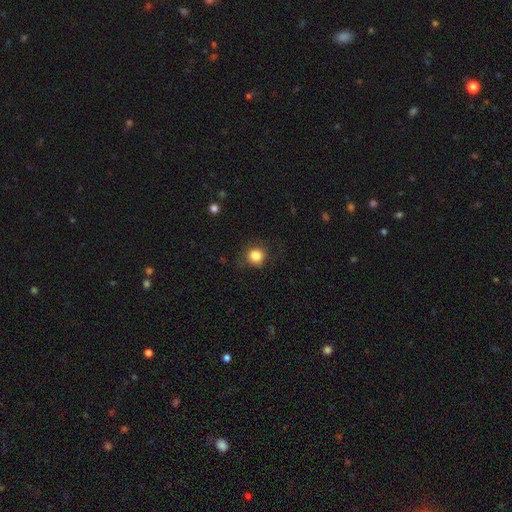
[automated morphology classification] This is clearly a smooth galaxy (84%). How rounded: clearly round (89%). Merging: clearly none (81%).